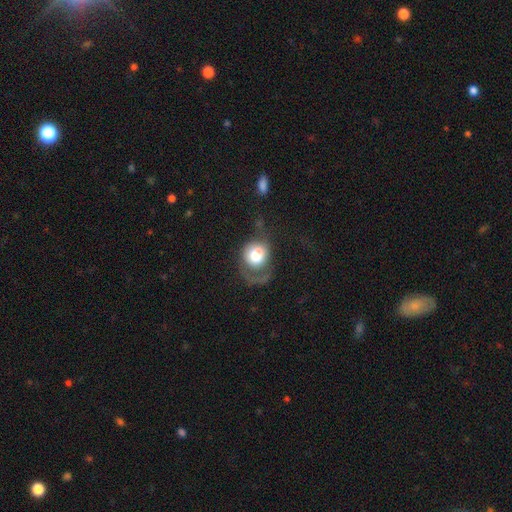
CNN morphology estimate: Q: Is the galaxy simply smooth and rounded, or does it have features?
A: smooth — 65%.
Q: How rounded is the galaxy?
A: round — 70%.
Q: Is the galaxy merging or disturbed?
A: major disturbance — 47%.